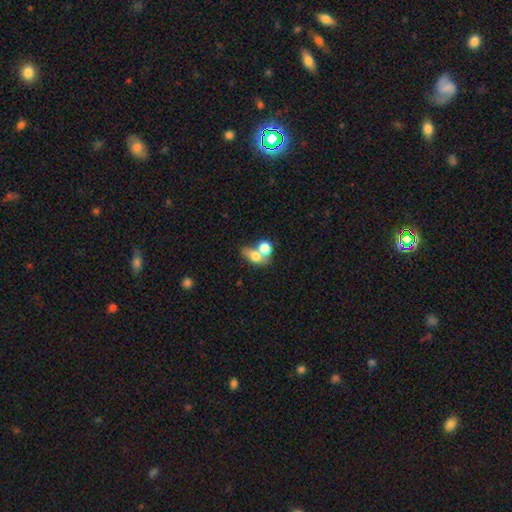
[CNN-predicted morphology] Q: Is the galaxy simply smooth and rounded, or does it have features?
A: smooth — 70%.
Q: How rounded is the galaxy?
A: in between — 63%.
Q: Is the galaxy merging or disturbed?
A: merger — 57%.